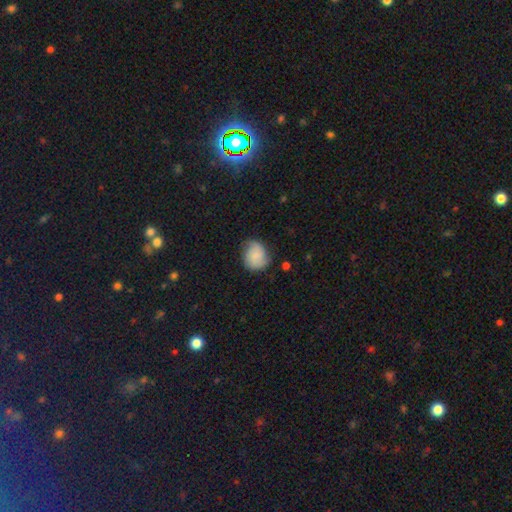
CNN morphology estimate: Smooth or featured?
  - smooth: 65% *
  - featured or disk: 26%
  - star or artifact: 8%
How rounded?
  - round: 66% *
  - in between: 33%
  - cigar-shaped: 1%
Merging?
  - none: 63% *
  - minor disturbance: 28%
  - major disturbance: 8%
  - merger: 2%